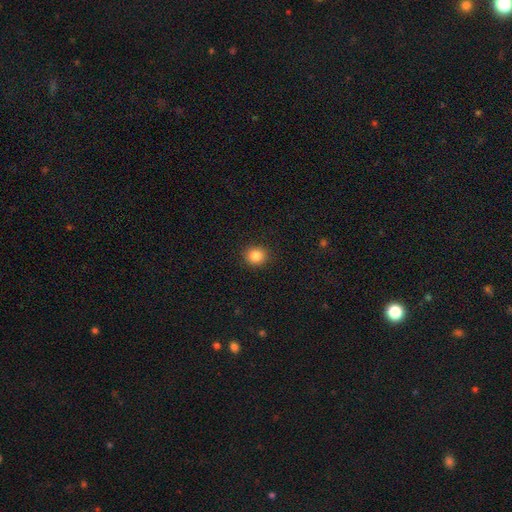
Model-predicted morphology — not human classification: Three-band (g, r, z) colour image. It shows a smooth galaxy with no disk features (84%) that is round (84%). Merging: none (91%).